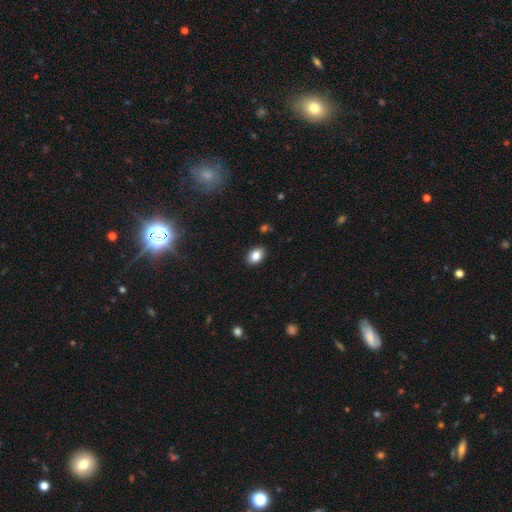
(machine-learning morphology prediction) The model was most divided on "how rounded": in between: 84%, round: 15%, cigar-shaped: 1%. More confident: merging — none (88%); smooth or featured — smooth (85%).